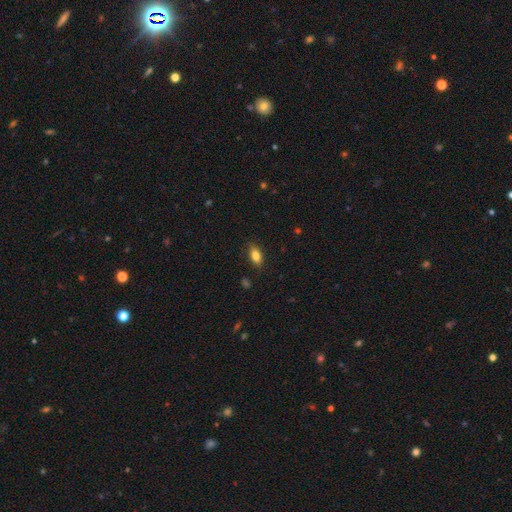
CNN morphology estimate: Smooth or featured? Predicted: smooth (p=0.82). How rounded? Predicted: in between (p=0.87). Merging? Predicted: none (p=0.86).